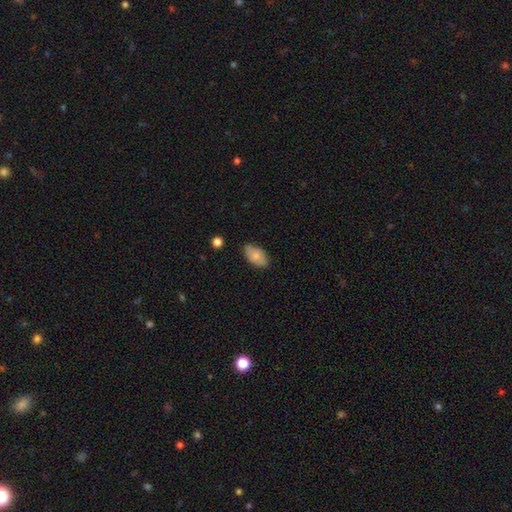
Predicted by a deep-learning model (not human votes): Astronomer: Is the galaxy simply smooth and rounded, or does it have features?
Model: smooth — 78%.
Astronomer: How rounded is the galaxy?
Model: in between — 94%.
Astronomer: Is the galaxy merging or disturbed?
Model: none — 78%.